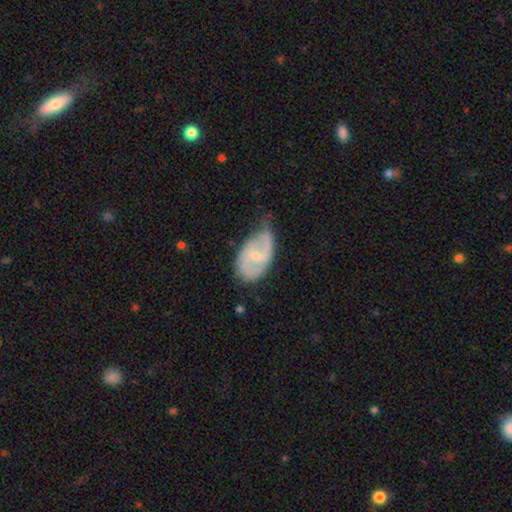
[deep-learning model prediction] Morphology: type=featured or disk (73%); edge-on=no (97%); bar=weak (54%); spiral arms=yes (89%); winding=medium (47%); arm count=2 (78%); bulge=small (65%); merging=none (43%).